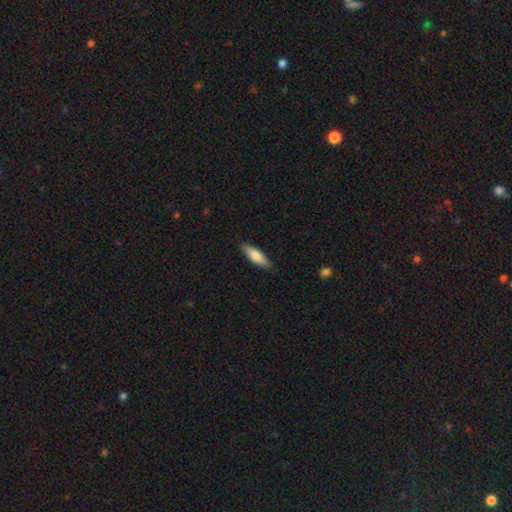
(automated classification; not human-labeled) smooth 74%, featured or disk 20%, star or artifact 5%. Down the decision tree: how rounded — cigar-shaped (50%); merging — none (87%).